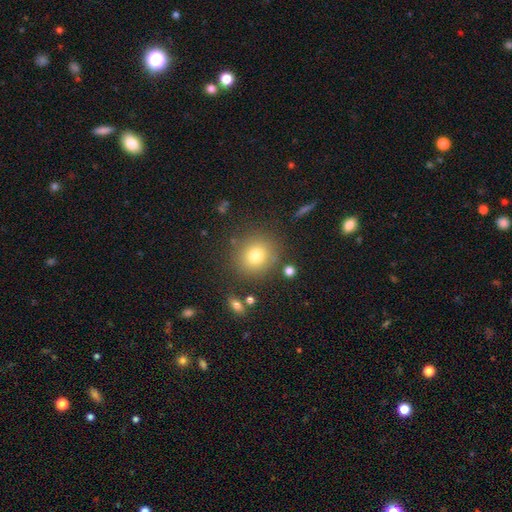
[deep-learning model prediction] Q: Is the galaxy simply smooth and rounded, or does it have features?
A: smooth — 77%.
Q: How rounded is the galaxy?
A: round — 85%.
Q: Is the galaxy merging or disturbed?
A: none — 83%.